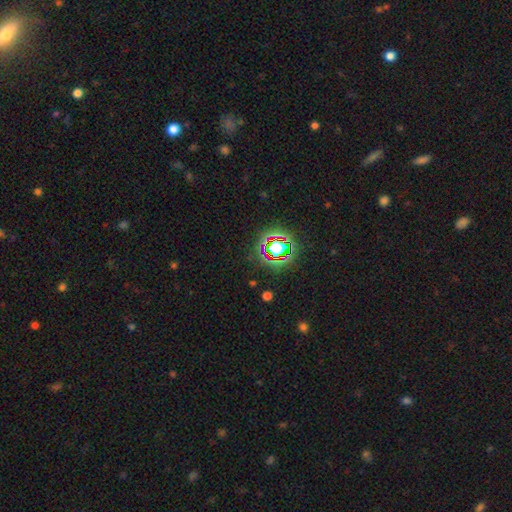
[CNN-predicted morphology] Q: Smooth or featured?
A: star or artifact (76%); runner-up: smooth (14%)